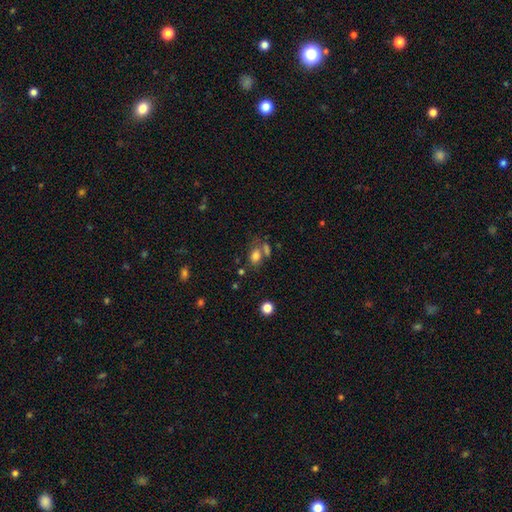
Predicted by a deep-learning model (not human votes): Morphology: type=smooth (77%); roundness=in between (74%); merging=none (51%).